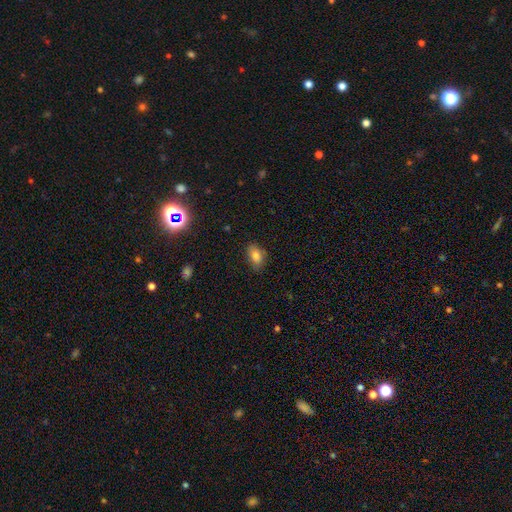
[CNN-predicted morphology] A smooth galaxy with no disk features (81%) that is in between round and cigar-shaped (88%). Merging: none (81%).